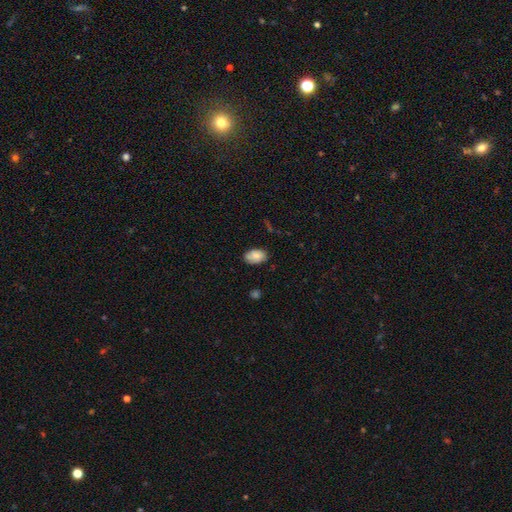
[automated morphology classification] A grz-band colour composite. It shows a smooth galaxy with no disk features (83%) that is in between round and cigar-shaped (88%). Merging: none (75%).